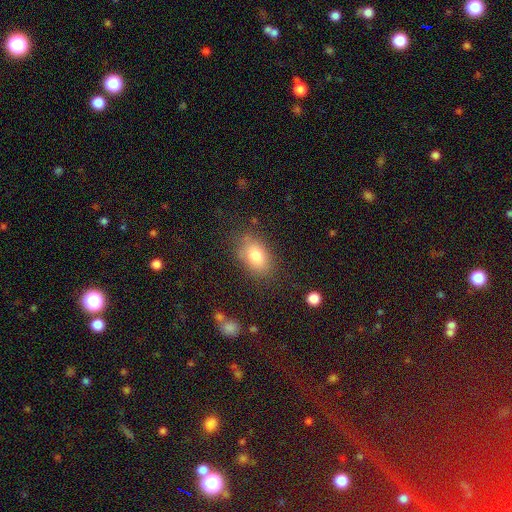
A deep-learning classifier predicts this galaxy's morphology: Smooth or featured? smooth (80%)
How rounded? in between (85%)
Merging? none (77%)